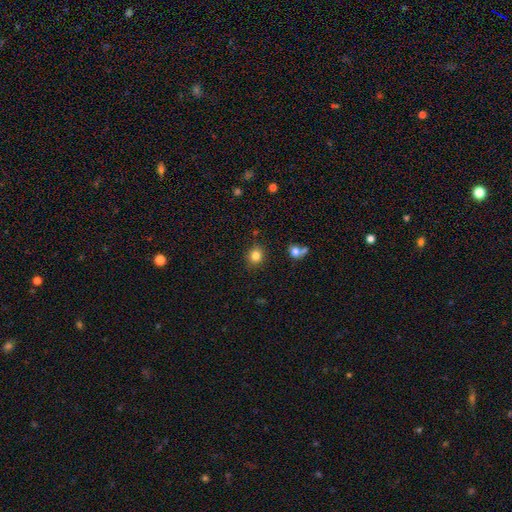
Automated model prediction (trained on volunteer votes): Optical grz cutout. It shows a smooth galaxy with no disk features (82%) that is round (78%). Merging: none (85%).